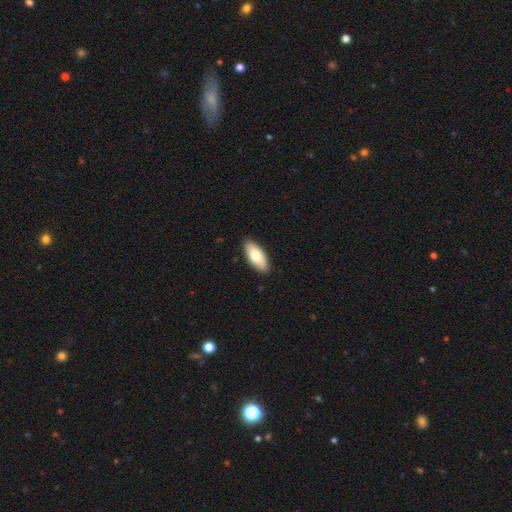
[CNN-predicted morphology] Overall: smooth (75%). How rounded: in between (87%). Merging: none (89%).